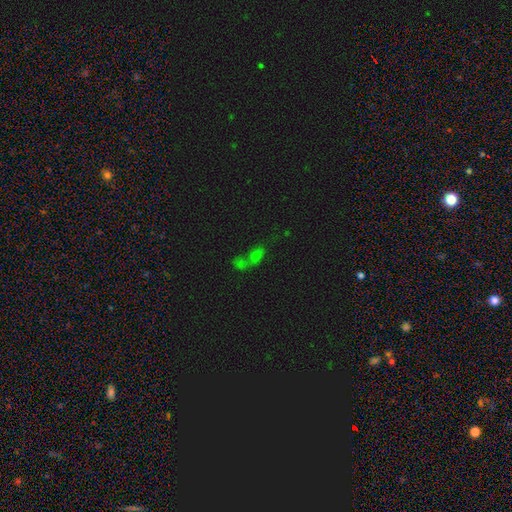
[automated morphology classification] The model was most divided on "smooth or featured": smooth: 55%, star or artifact: 28%, featured or disk: 17%. More confident: how rounded — in between (68%); merging — merger (56%).